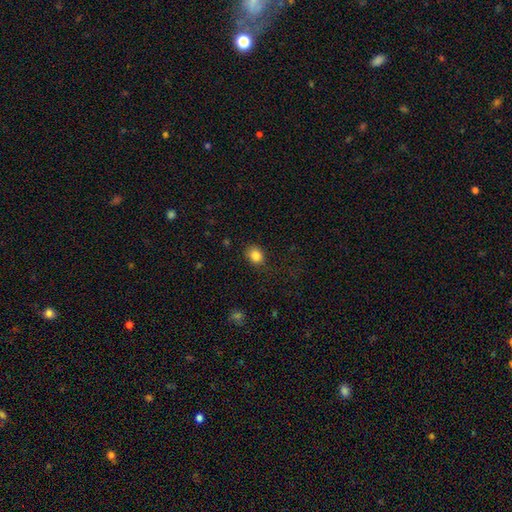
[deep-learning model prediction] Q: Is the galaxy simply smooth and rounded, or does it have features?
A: smooth — 84%.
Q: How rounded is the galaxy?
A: round — 53%.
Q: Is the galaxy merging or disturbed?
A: none — 81%.